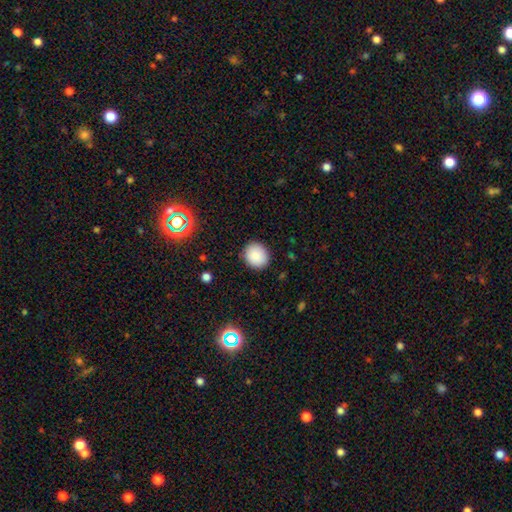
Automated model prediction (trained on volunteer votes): A smooth galaxy with no disk features (87%) that is round (79%).

Vote fractions:
- Smooth or featured? smooth: 87% / star or artifact: 8% / featured or disk: 5%
- How rounded? round: 79% / in between: 21% / cigar-shaped: 1%
- Merging? none: 89% / minor disturbance: 8% / major disturbance: 2% / merger: 1%